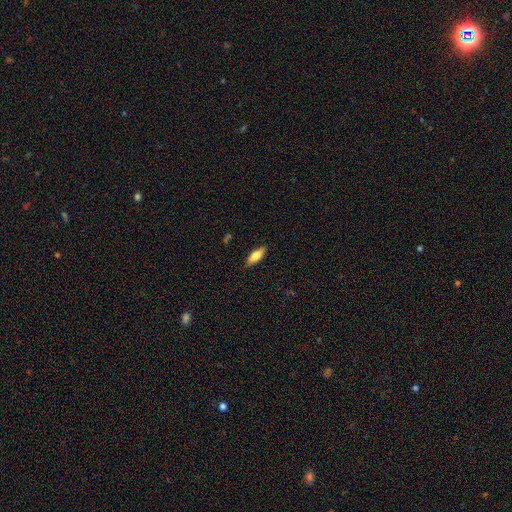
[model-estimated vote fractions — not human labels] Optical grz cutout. It shows a smooth galaxy with no disk features (72%) that is in between round and cigar-shaped (65%). Merging: none (87%).